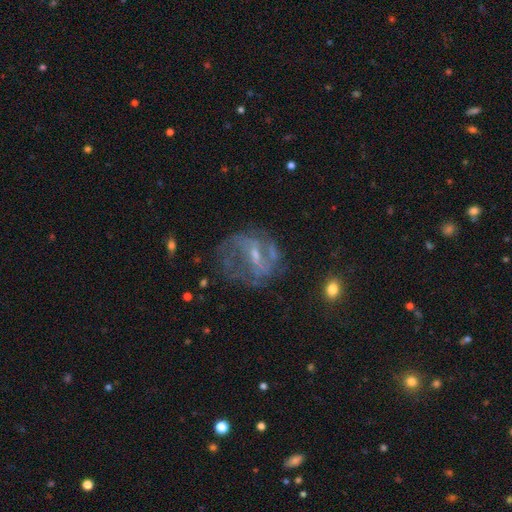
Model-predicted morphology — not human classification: featured or disk 75%, smooth 15%, star or artifact 11%. Down the decision tree: edge-on disk — no (96%); bar — weak (49%); spiral arms — yes (73%); spiral arm count — 2 (45%); spiral winding — medium (43%); bulge size — small (60%); merging — none (50%).